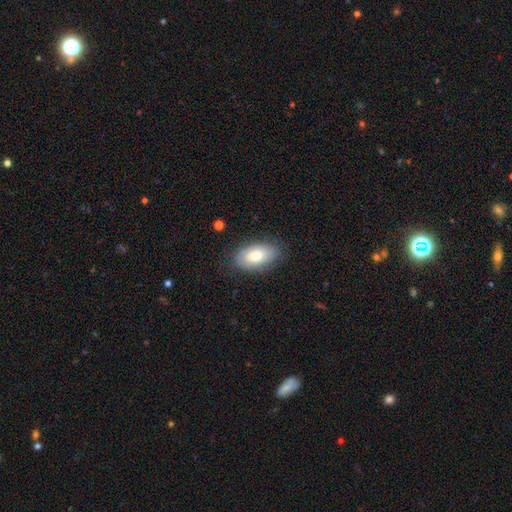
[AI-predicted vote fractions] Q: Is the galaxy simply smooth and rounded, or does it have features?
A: smooth — 77%.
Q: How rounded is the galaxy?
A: in between — 94%.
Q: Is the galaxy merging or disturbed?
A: none — 79%.